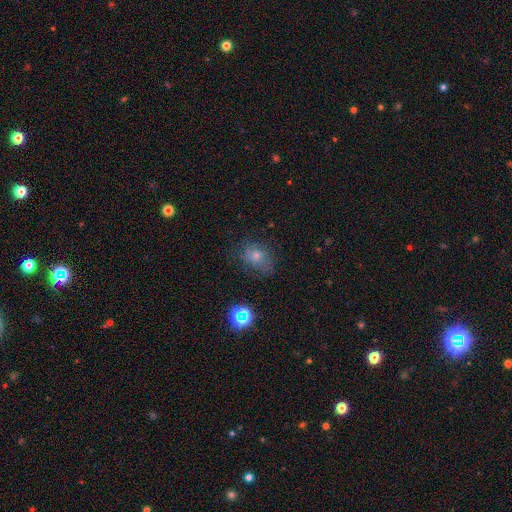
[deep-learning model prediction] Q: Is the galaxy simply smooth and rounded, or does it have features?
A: smooth — 57%.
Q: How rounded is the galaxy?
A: in between — 50%.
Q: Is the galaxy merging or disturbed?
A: none — 65%.